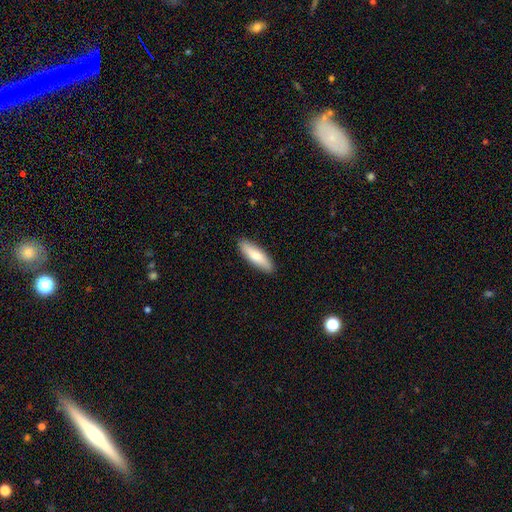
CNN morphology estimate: smooth-or-featured: smooth: 77% | featured or disk: 17% | star or artifact: 5%
  how-rounded: cigar-shaped: 57% | in between: 41% | round: 2%
  merging: none: 89% | minor disturbance: 8% | major disturbance: 2% | merger: 1%